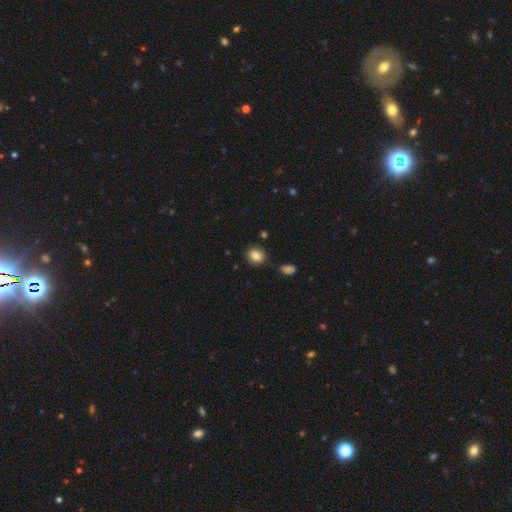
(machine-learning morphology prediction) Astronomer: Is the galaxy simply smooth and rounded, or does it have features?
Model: smooth — 84%.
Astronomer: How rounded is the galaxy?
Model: round — 68%.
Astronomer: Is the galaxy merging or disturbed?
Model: none — 84%.